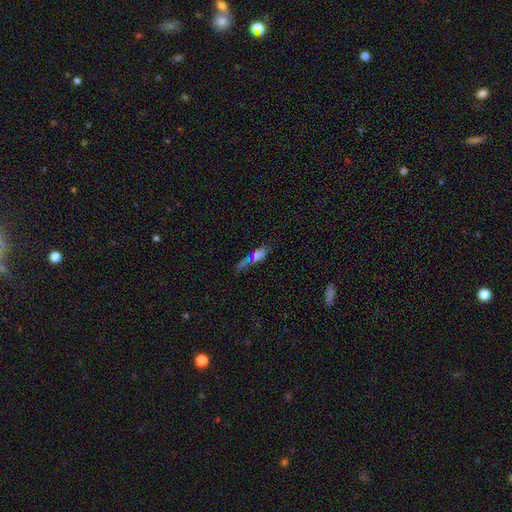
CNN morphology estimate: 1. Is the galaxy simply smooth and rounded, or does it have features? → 59% smooth, 22% featured or disk, 20% star or artifact.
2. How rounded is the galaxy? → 50% cigar-shaped, 44% in between, 6% round.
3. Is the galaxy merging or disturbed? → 49% none, 22% minor disturbance, 15% merger, 14% major disturbance.